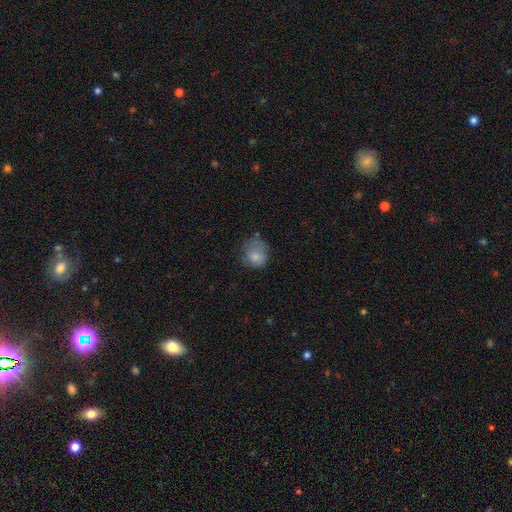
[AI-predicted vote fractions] A smooth galaxy with no disk features (78%) that is round (77%).

Vote fractions:
- Smooth or featured? smooth: 78% / featured or disk: 12% / star or artifact: 10%
- How rounded? round: 77% / in between: 22% / cigar-shaped: 1%
- Merging? none: 52% / minor disturbance: 31% / major disturbance: 14% / merger: 4%